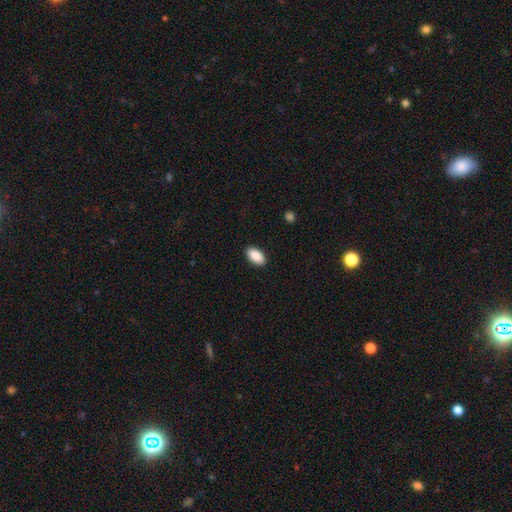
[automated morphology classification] smooth_or_featured: smooth (p=0.90) [alt: star or artifact p=0.07]
how_rounded: in between (p=0.95) [alt: round p=0.03]
merging: none (p=0.90) [alt: minor disturbance p=0.07]